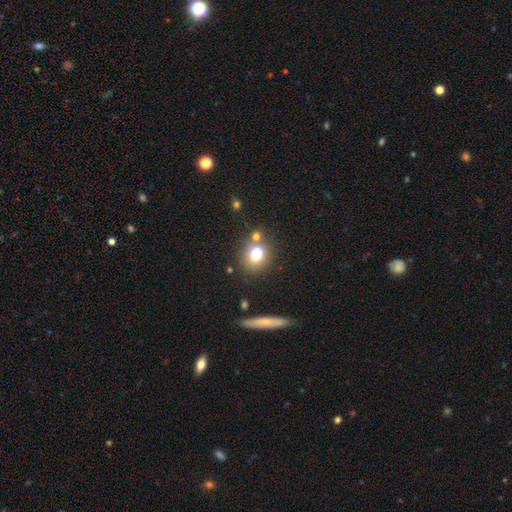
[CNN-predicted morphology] A smooth galaxy with no disk features (69%) that is round (70%).

Vote fractions:
- Smooth or featured? smooth: 69% / star or artifact: 17% / featured or disk: 14%
- How rounded? round: 70% / in between: 27% / cigar-shaped: 2%
- Merging? none: 65% / merger: 20% / minor disturbance: 11% / major disturbance: 4%